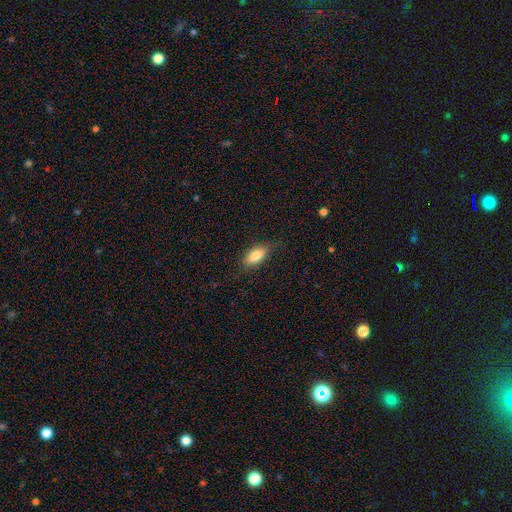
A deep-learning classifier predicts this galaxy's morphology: Smooth or featured? smooth (81%)
How rounded? in between (83%)
Merging? none (77%)